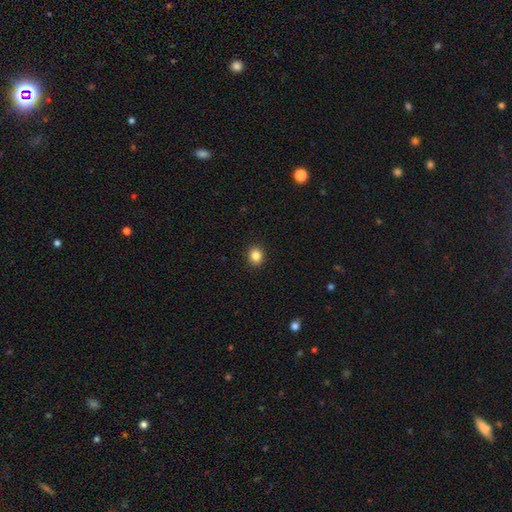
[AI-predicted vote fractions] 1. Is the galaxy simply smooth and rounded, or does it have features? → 85% smooth, 11% star or artifact, 5% featured or disk.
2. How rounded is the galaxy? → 77% round, 22% in between, 1% cigar-shaped.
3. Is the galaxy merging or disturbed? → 92% none, 6% minor disturbance, 2% major disturbance, 1% merger.